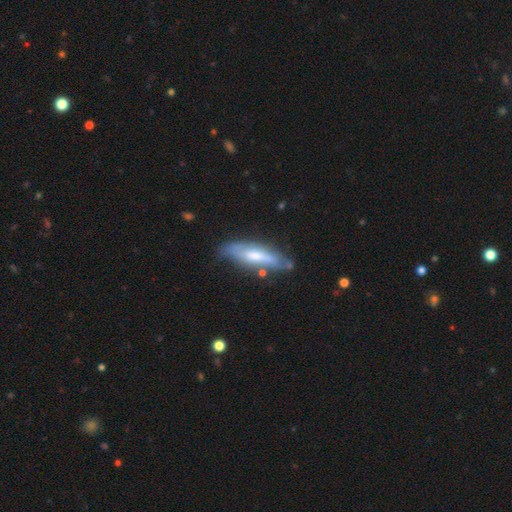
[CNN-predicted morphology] Smooth or featured: featured or disk — 52% (smooth — 42%)
Edge-on disk: yes — 62% (no — 38%)
Merging: none — 69% (minor disturbance — 21%)